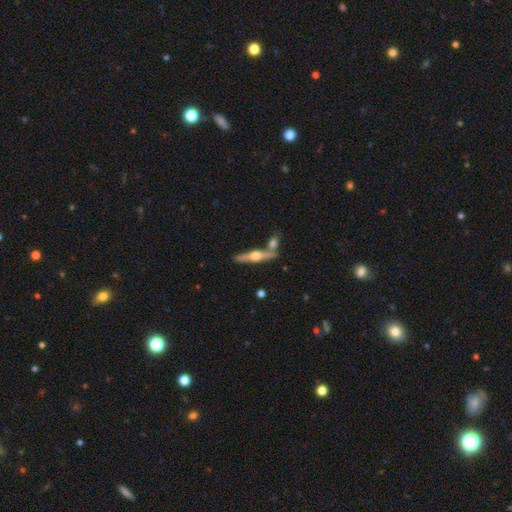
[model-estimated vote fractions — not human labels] A featured or disk galaxy (65%) viewed edge-on (95%) with a rounded central bulge (94%). Merging: none (70%).